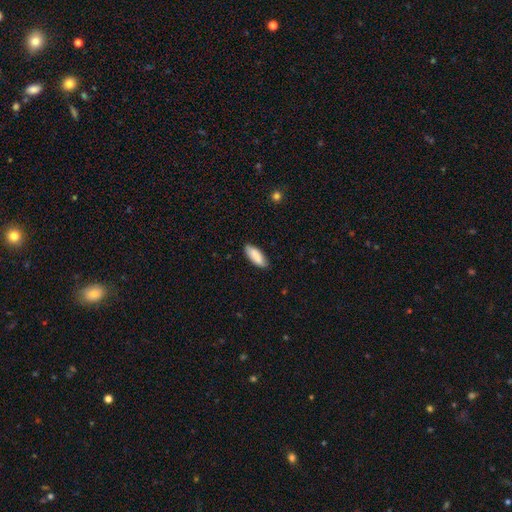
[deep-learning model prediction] smooth 88%, featured or disk 7%, star or artifact 6%. Down the decision tree: how rounded — in between (75%); merging — none (84%).